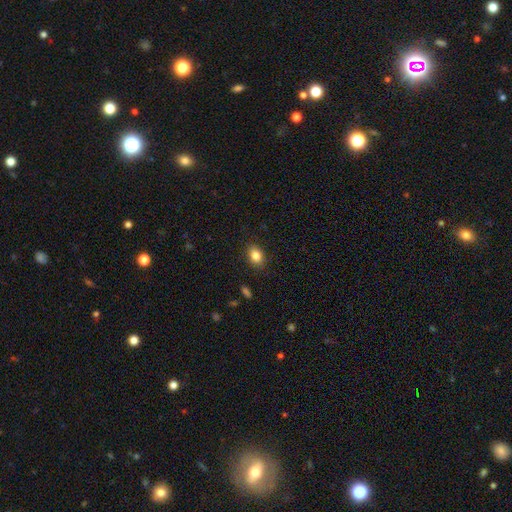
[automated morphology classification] smooth_or_featured: smooth (p=0.85) [alt: star or artifact p=0.09]
how_rounded: in between (p=0.75) [alt: round p=0.24]
merging: none (p=0.88) [alt: minor disturbance p=0.09]